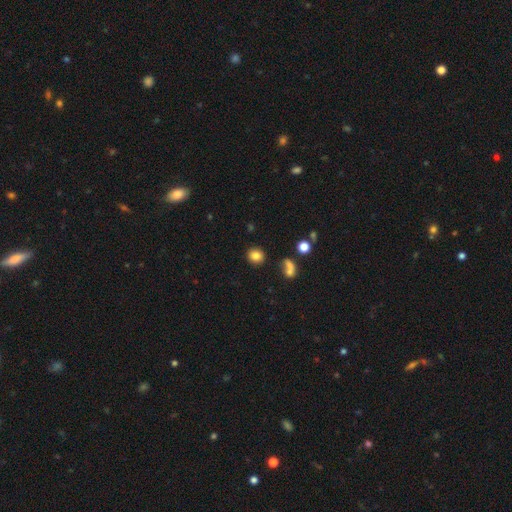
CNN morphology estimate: Smooth or featured?
  - smooth: 83% *
  - star or artifact: 11%
  - featured or disk: 6%
How rounded?
  - round: 81% *
  - in between: 18%
  - cigar-shaped: 1%
Merging?
  - none: 85% *
  - minor disturbance: 8%
  - merger: 4%
  - major disturbance: 3%